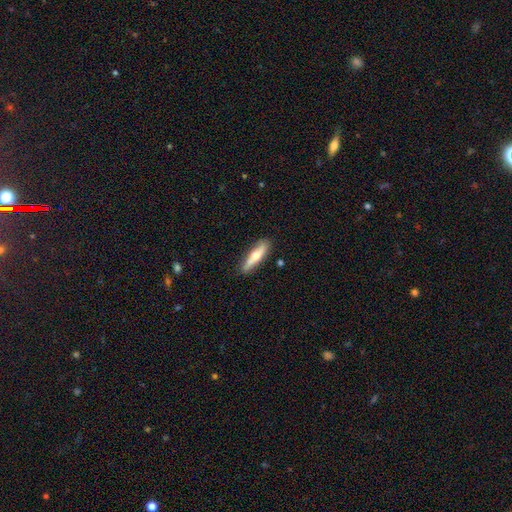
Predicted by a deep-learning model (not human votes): Smooth or featured? Predicted: smooth (p=0.53). How rounded? Predicted: cigar-shaped (p=0.78). Merging? Predicted: none (p=0.85).